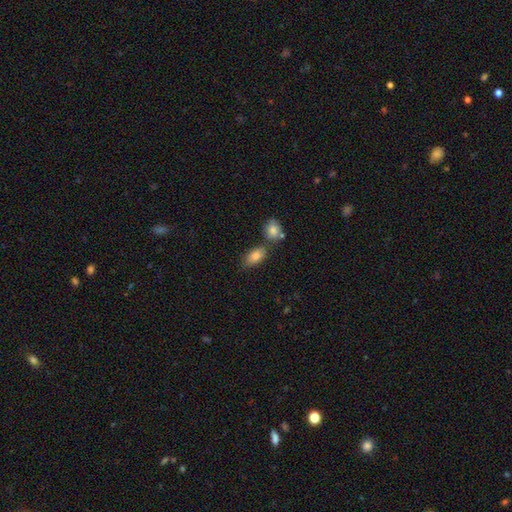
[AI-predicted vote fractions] Q: Smooth or featured?
A: smooth (83%); runner-up: featured or disk (10%)
Q: How rounded?
A: in between (89%); runner-up: round (6%)
Q: Merging?
A: none (61%); runner-up: merger (20%)